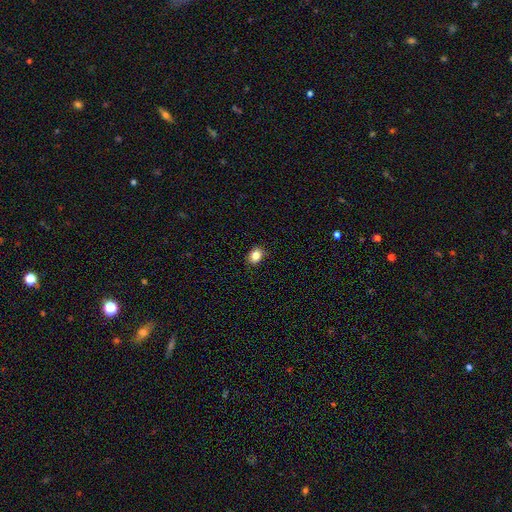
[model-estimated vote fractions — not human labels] Smooth or featured: smooth — 83% (star or artifact — 10%)
How rounded: in between — 57% (round — 42%)
Merging: none — 87% (minor disturbance — 10%)